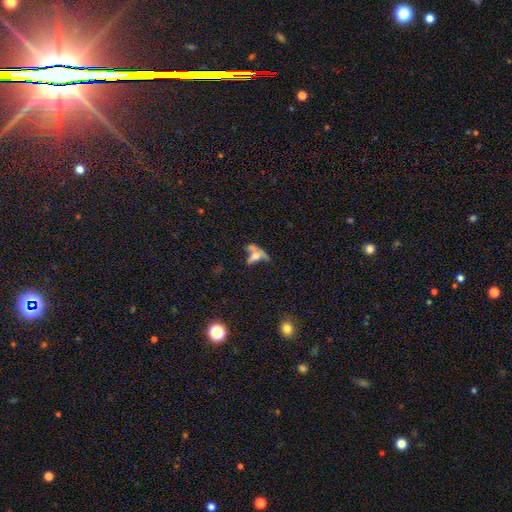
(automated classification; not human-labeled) smooth-or-featured: smooth: 43% (tied) | featured or disk: 43% (tied) | star or artifact: 15%
  merging: merger: 41% | none: 28% | major disturbance: 18% | minor disturbance: 13%